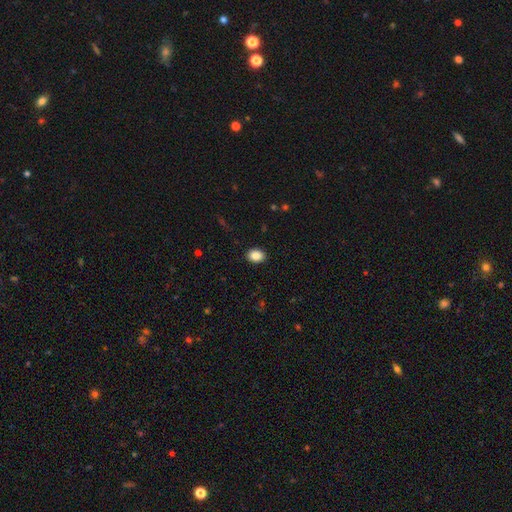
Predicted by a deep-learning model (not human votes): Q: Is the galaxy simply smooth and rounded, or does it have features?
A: smooth — 89%.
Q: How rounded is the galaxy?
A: in between — 65%.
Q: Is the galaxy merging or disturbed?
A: none — 90%.